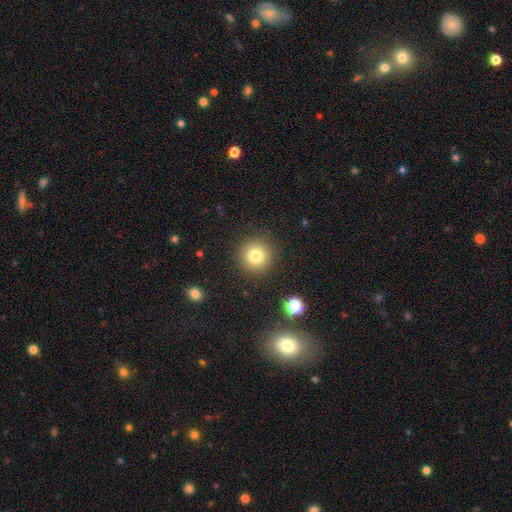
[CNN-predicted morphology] Q: Smooth or featured?
A: smooth (78%); runner-up: star or artifact (13%)
Q: How rounded?
A: round (94%); runner-up: in between (5%)
Q: Merging?
A: none (90%); runner-up: minor disturbance (6%)